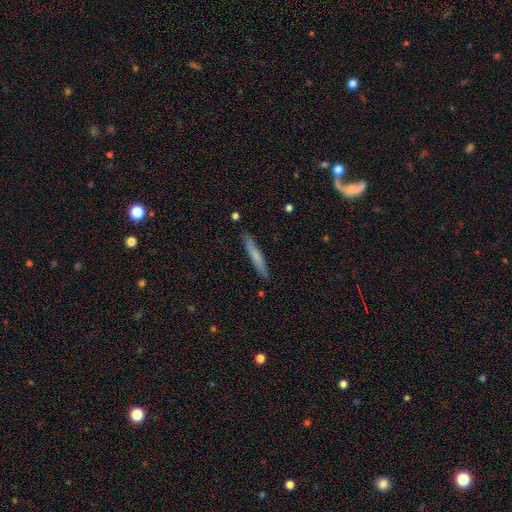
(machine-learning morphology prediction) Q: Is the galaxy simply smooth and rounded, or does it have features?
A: smooth — 68%.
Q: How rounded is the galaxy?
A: cigar-shaped — 95%.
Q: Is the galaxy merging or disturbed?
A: none — 89%.